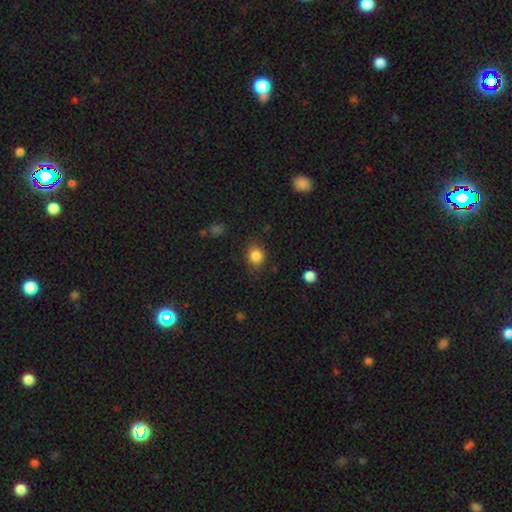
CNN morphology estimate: Smooth or featured: smooth — 85% (star or artifact — 10%)
How rounded: round — 72% (in between — 28%)
Merging: none — 83% (minor disturbance — 12%)